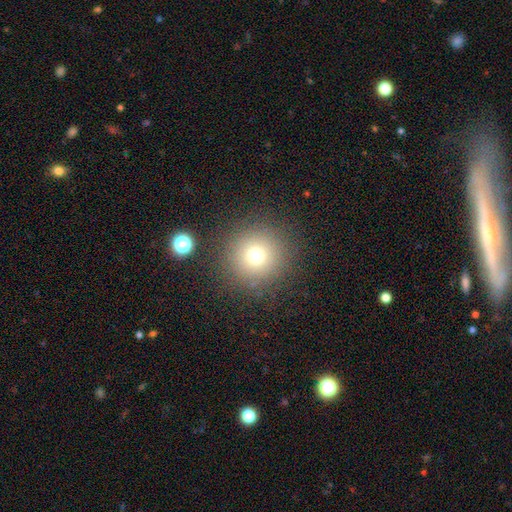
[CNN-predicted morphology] Smooth or featured? smooth (73%)
How rounded? round (95%)
Merging? none (88%)